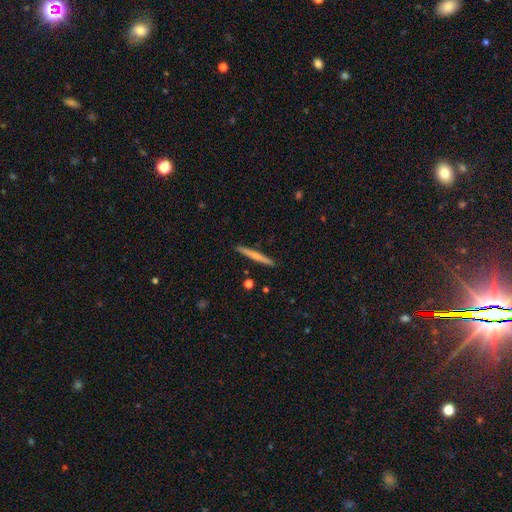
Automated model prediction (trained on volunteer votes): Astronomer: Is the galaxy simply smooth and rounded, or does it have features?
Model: smooth — 59% (runner-up: featured or disk, 36%).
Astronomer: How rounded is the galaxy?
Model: cigar-shaped — 96%.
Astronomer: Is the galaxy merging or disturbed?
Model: none — 91%.